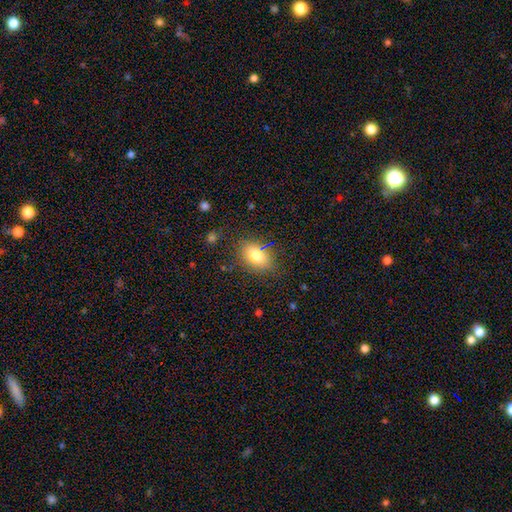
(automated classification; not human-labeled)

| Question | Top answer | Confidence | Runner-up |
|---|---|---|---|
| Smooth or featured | smooth | 79% | featured or disk (11%) |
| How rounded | in between | 84% | round (13%) |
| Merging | none | 81% | minor disturbance (13%) |